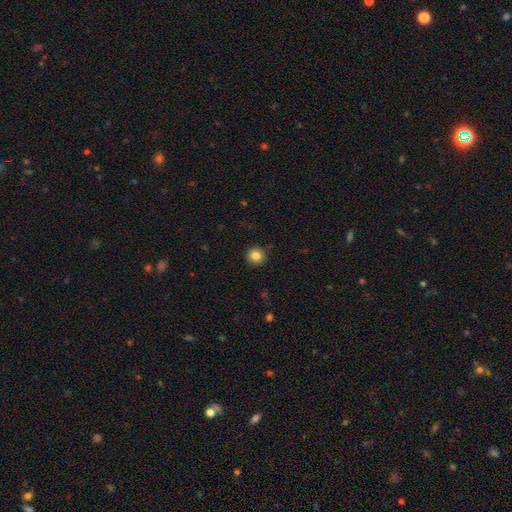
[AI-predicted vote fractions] smooth_or_featured: smooth (p=0.84) [alt: star or artifact p=0.10]
how_rounded: round (p=0.94) [alt: in between p=0.05]
merging: none (p=0.91) [alt: minor disturbance p=0.06]